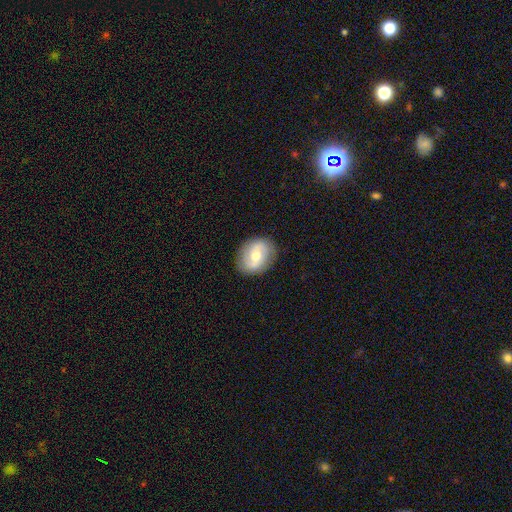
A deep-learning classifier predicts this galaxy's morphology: Smooth or featured: smooth — 48% (featured or disk — 44%)
Merging: none — 85% (minor disturbance — 11%)